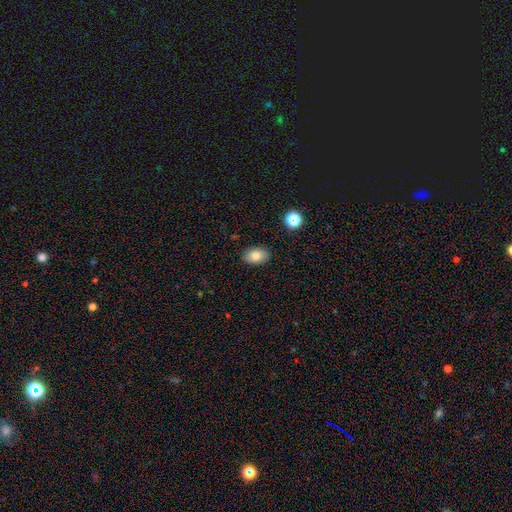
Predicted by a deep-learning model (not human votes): smooth-or-featured: smooth: 80% | featured or disk: 11% | star or artifact: 9%
  how-rounded: in between: 83% | round: 16% | cigar-shaped: 1%
  merging: none: 86% | minor disturbance: 10% | major disturbance: 2% | merger: 1%